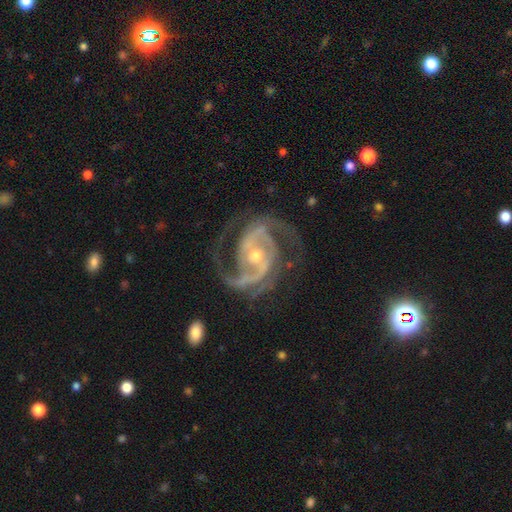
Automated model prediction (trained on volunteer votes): This appears to be a featured or disk galaxy (93%) with no bar (39%), 2 (75%) medium (55%) spiral arms (98%) and a moderate central bulge (49%). Merging: none (71%).